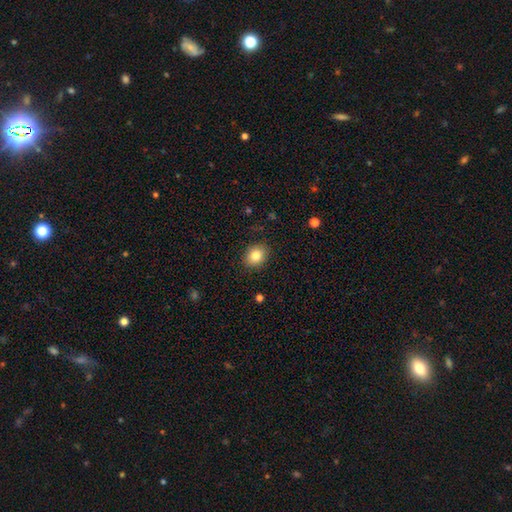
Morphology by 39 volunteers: Smooth or featured? 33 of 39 (85%) said smooth. How rounded? 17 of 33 (52%) said round. Merging? 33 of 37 (89%) said none.